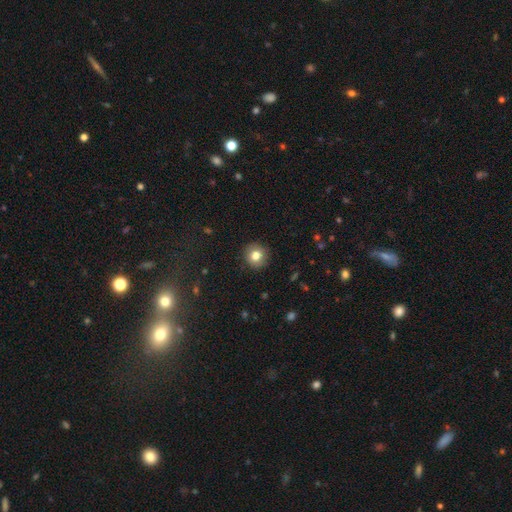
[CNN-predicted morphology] Smooth or featured? smooth (80%)
How rounded? round (90%)
Merging? none (90%)